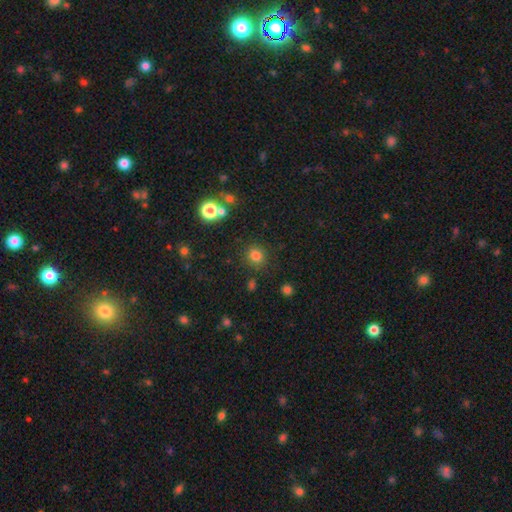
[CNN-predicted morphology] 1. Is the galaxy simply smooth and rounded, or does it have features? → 78% smooth, 16% star or artifact, 6% featured or disk.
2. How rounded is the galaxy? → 83% round, 16% in between, 1% cigar-shaped.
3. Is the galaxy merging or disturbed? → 84% none, 9% minor disturbance, 4% merger, 4% major disturbance.